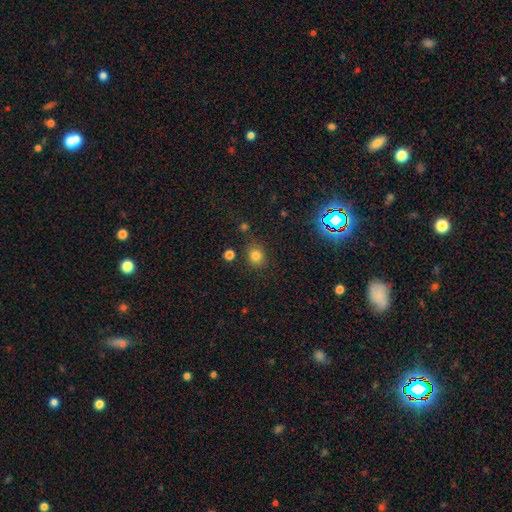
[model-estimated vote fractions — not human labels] The model was most divided on "how rounded": round: 78%, in between: 21%, cigar-shaped: 1%. More confident: merging — none (80%); smooth or featured — smooth (79%).